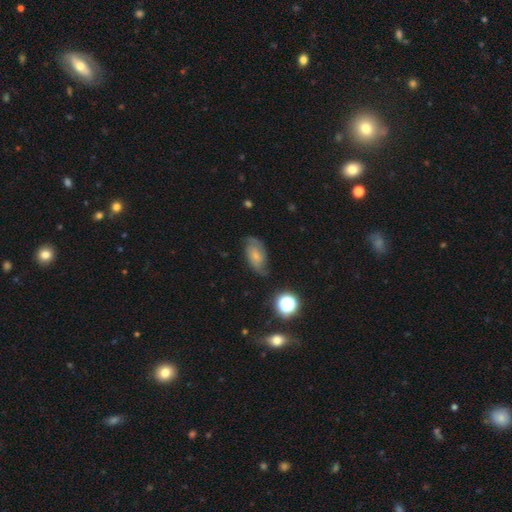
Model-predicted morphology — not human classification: Smooth or featured? featured or disk (47%)
Merging? none (64%)